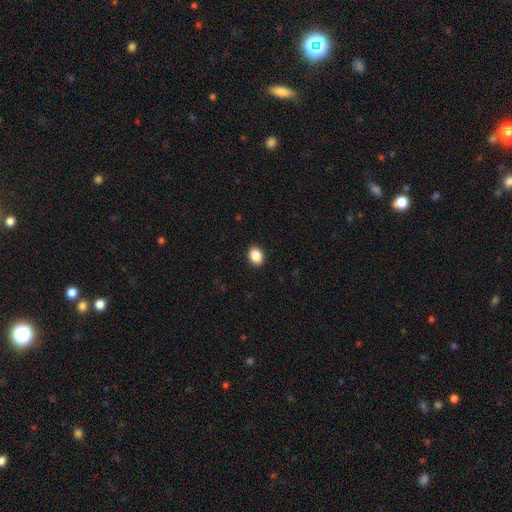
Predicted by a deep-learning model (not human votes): Overall: smooth (88%). How rounded: in between (64%; round 35%). Merging: none (91%).